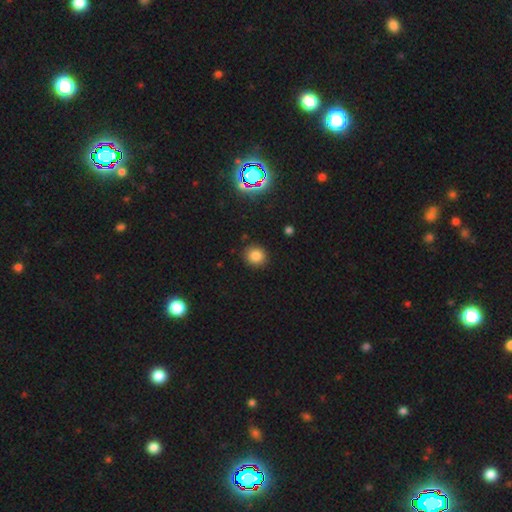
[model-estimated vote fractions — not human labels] This is clearly a smooth galaxy (81%). How rounded: clearly round (86%). Merging: clearly none (90%).